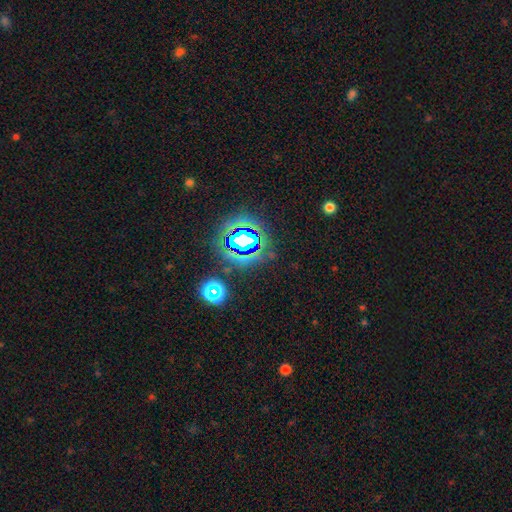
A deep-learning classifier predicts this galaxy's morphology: Smooth or featured: star or artifact — 78% (smooth — 15%)